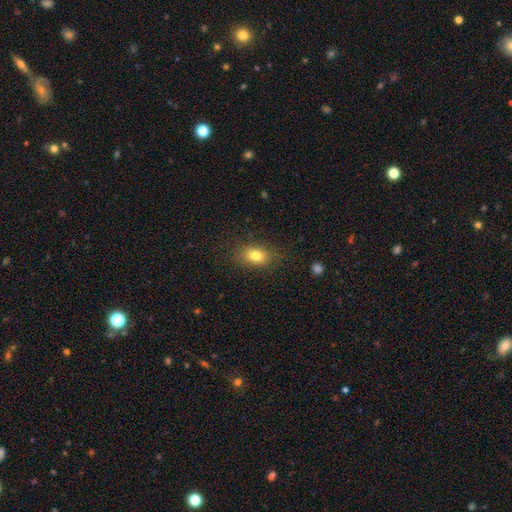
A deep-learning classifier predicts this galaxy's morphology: This appears to be a smooth galaxy with no disk features (79%) that is in between round and cigar-shaped (81%). Merging: none (82%).